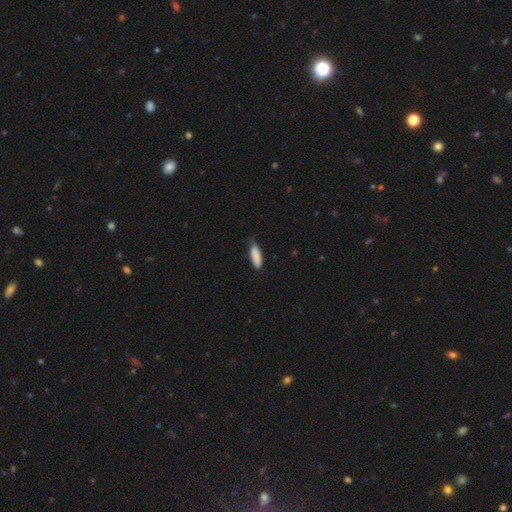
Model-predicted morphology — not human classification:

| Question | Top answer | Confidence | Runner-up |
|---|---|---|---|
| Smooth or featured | smooth | 87% | star or artifact (6%) |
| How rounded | in between | 57% | cigar-shaped (42%) |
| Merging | none | 62% | minor disturbance (32%) |